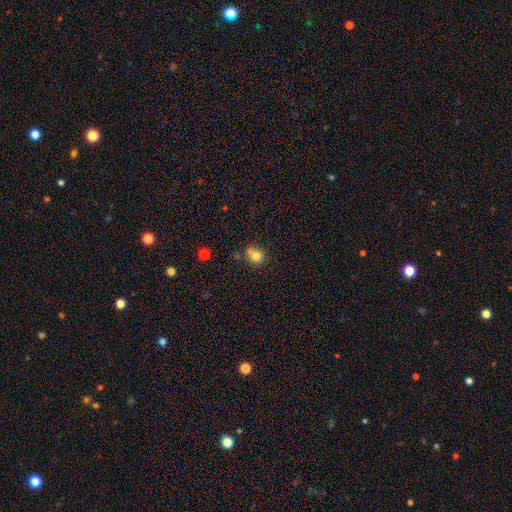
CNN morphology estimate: type=smooth (80%); roundness=round (82%); merging=none (58%).